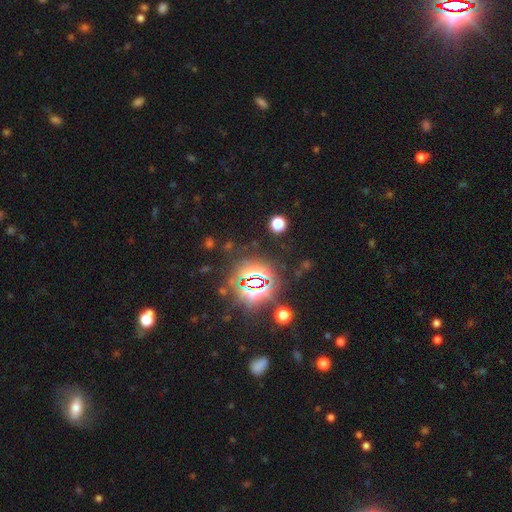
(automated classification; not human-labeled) Smooth or featured?
  - star or artifact: 82% *
  - smooth: 11%
  - featured or disk: 7%